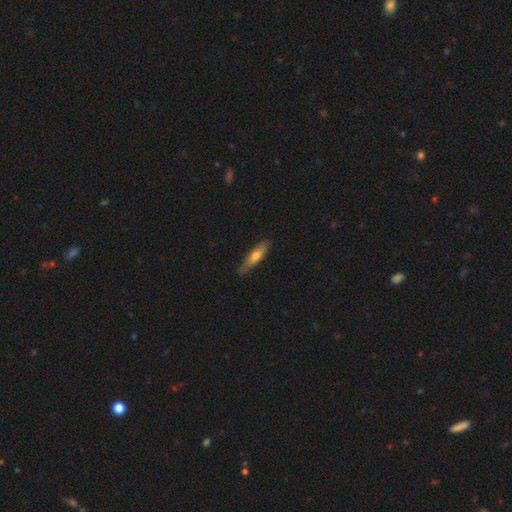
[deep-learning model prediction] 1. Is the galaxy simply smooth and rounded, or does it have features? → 61% smooth, 33% featured or disk, 6% star or artifact.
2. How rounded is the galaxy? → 76% cigar-shaped, 22% in between, 2% round.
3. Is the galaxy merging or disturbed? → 82% none, 15% minor disturbance, 2% major disturbance, 1% merger.